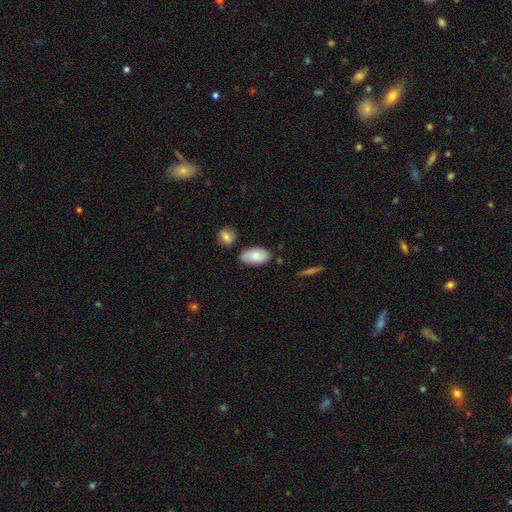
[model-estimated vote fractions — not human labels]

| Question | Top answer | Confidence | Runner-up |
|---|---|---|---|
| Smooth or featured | smooth | 81% | featured or disk (13%) |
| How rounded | in between | 95% | round (3%) |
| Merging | none | 73% | minor disturbance (18%) |